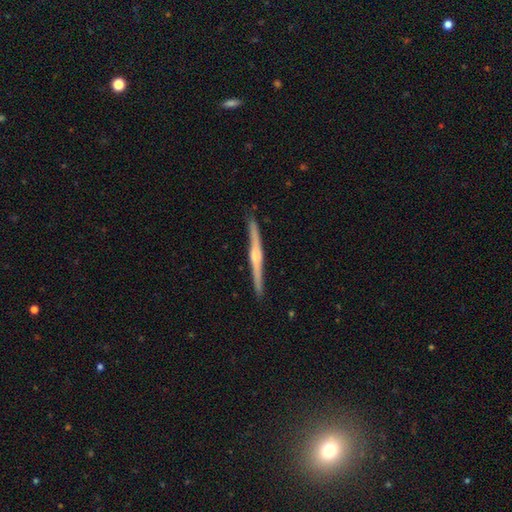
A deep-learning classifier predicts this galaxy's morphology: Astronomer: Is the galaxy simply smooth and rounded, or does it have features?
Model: featured or disk — 77%.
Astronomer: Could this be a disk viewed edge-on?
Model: yes — 98%.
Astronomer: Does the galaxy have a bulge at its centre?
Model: rounded — 71%.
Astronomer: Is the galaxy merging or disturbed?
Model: none — 90%.